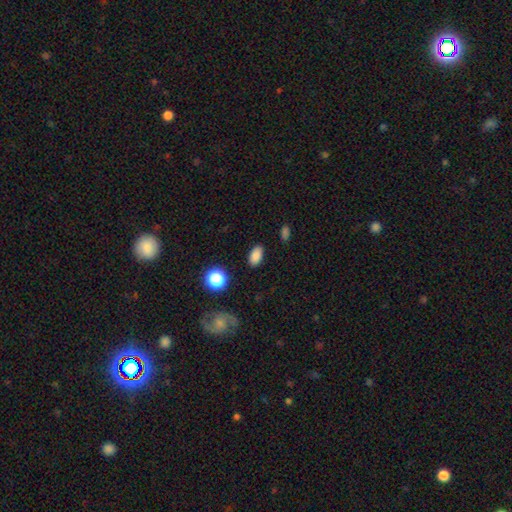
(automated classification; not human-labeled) Smooth or featured?
  - smooth: 85% *
  - star or artifact: 11%
  - featured or disk: 5%
How rounded?
  - in between: 90% *
  - round: 7%
  - cigar-shaped: 2%
Merging?
  - none: 87% *
  - minor disturbance: 9%
  - major disturbance: 3%
  - merger: 2%